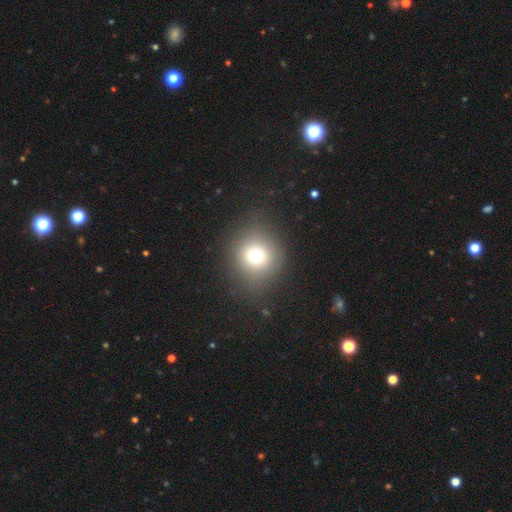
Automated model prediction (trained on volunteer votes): smooth 71%, star or artifact 17%, featured or disk 12%. Down the decision tree: how rounded — round (85%); merging — none (82%).